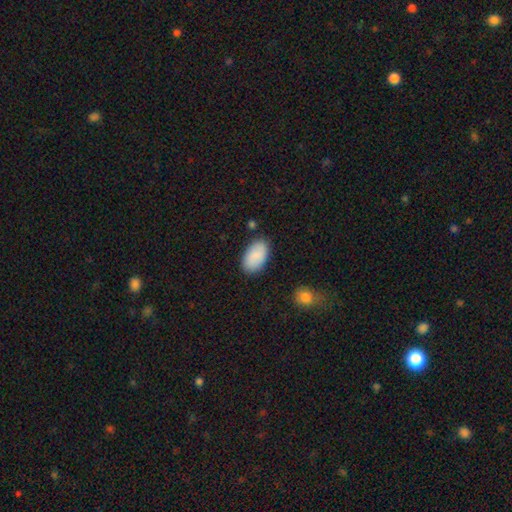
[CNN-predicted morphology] type=smooth (89%); roundness=in between (95%); merging=none (84%).